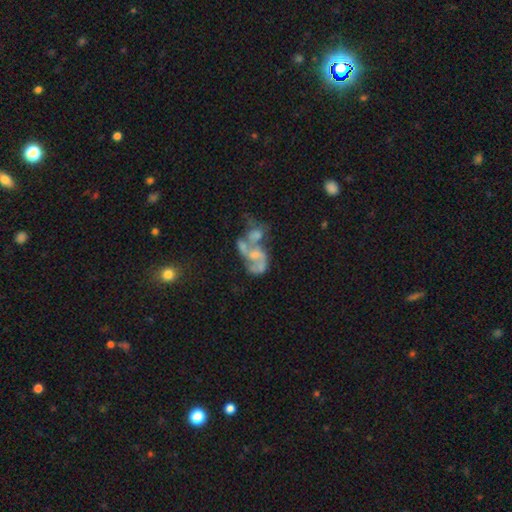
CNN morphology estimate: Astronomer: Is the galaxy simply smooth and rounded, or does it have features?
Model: featured or disk — 72%.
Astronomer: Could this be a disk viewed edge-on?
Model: no — 98%.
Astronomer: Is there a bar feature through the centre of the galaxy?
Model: no — 69%.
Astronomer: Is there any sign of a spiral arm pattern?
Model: yes — 59% (runner-up: no, 41%).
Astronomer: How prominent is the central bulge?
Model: small — 33% (runner-up: none, 32%).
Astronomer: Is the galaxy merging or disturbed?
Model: merger — 55%.